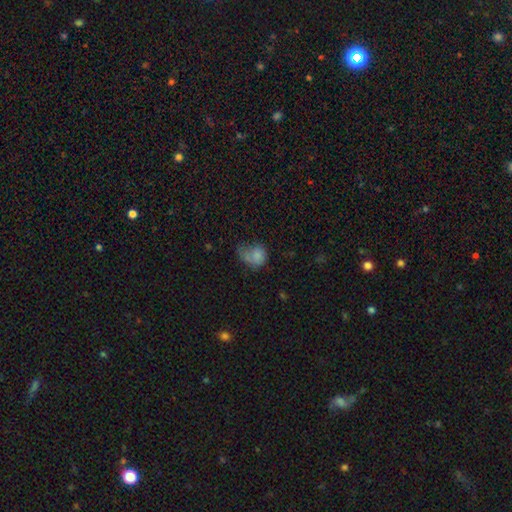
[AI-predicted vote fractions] Morphology: type=smooth (73%); roundness=in between (49%, tied with round); merging=major disturbance (36%).